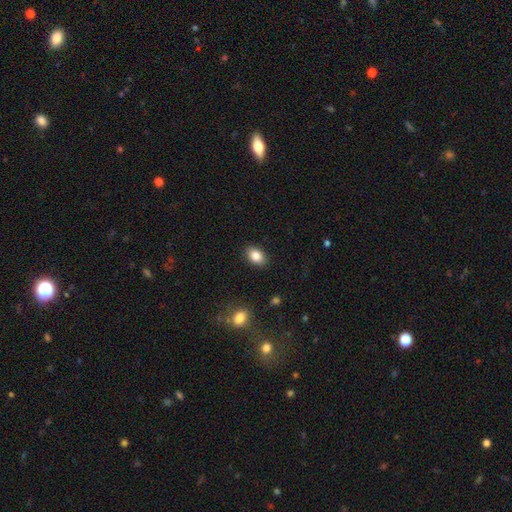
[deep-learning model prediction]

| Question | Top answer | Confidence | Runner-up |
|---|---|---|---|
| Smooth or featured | smooth | 84% | star or artifact (8%) |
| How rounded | in between | 85% | round (14%) |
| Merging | none | 88% | minor disturbance (8%) |